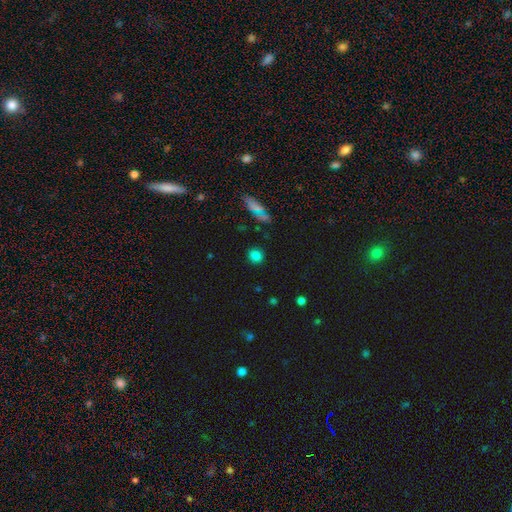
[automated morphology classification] A smooth galaxy with no disk features (82%) that is round (78%).

Vote fractions:
- Smooth or featured? smooth: 82% / star or artifact: 13% / featured or disk: 5%
- How rounded? round: 78% / in between: 20% / cigar-shaped: 2%
- Merging? none: 88% / minor disturbance: 8% / major disturbance: 2% / merger: 2%